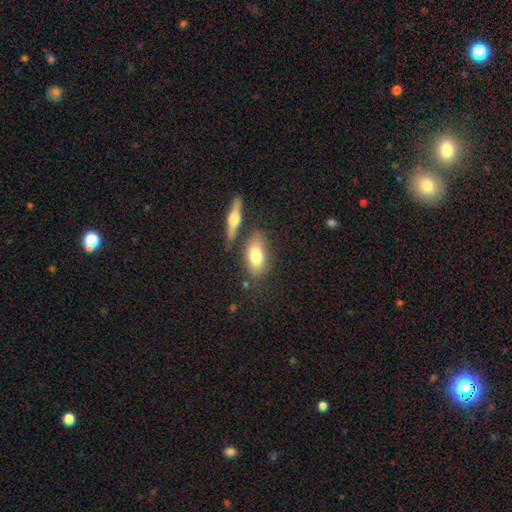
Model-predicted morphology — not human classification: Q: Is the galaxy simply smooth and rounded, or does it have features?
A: smooth — 73%.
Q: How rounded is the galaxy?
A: in between — 83%.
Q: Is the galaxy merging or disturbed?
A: none — 67%.